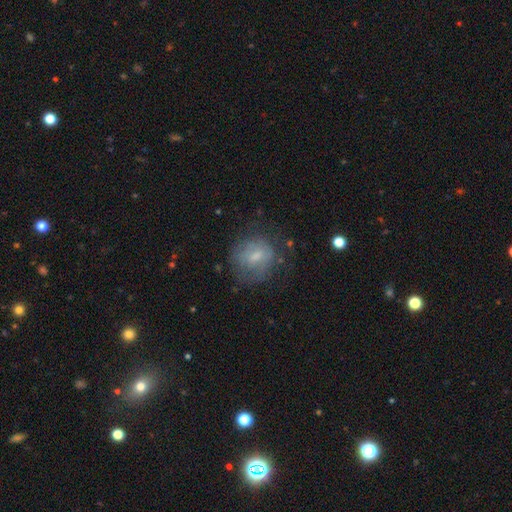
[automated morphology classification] type=smooth (53%); roundness=round (70%); merging=none (57%).